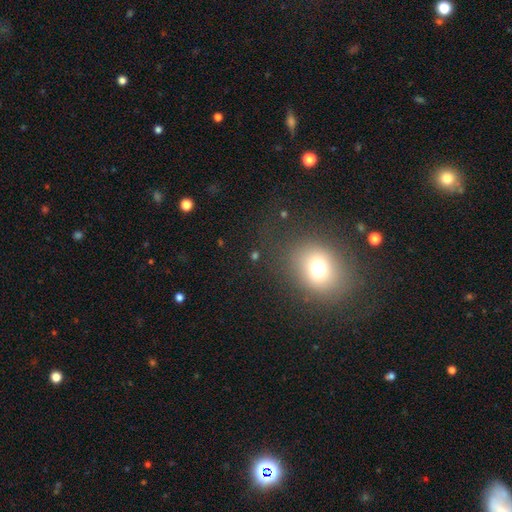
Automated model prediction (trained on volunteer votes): Overall: smooth (65%). How rounded: round (60%; in between 38%). Merging: none (75%).